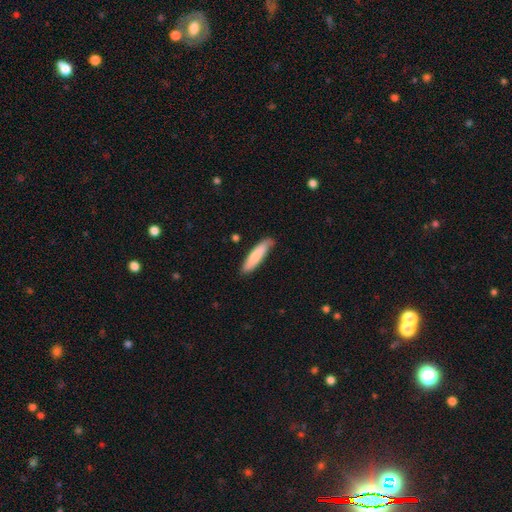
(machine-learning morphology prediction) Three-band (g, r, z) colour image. It shows a smooth galaxy with no disk features (80%) that is cigar-shaped (78%). Merging: none (78%).